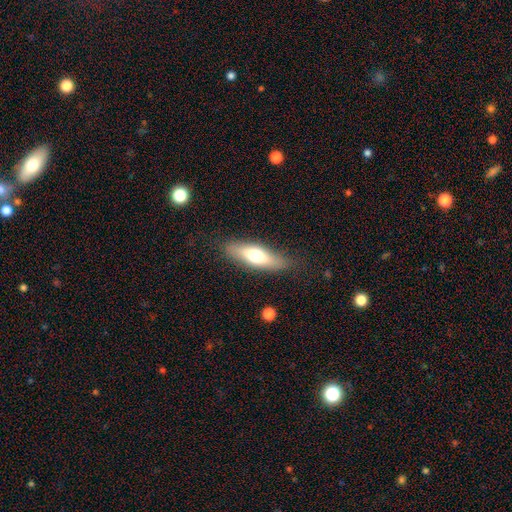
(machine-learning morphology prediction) This appears to be a smooth galaxy with no disk features (62%) that is in between round and cigar-shaped (50%). Merging: none (81%).